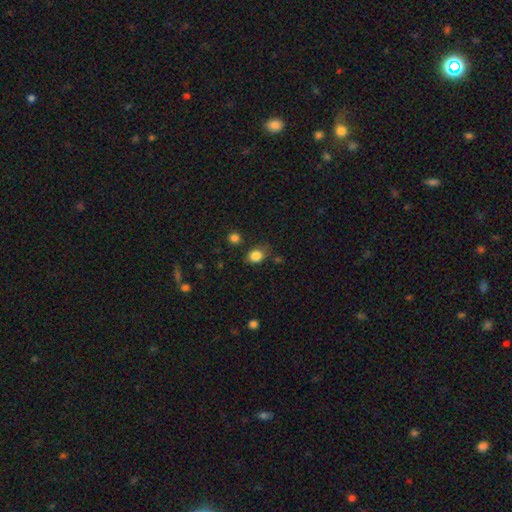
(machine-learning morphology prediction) The model was most divided on "how rounded": round: 52%, in between: 47%, cigar-shaped: 1%. More confident: smooth or featured — smooth (84%); merging — none (75%).